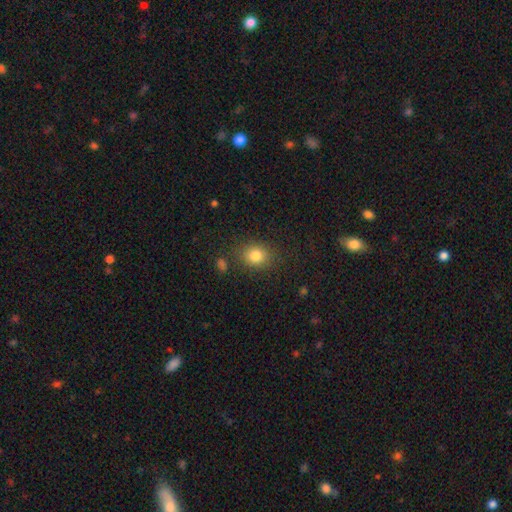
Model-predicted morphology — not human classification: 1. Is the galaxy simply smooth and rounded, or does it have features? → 81% smooth, 11% star or artifact, 8% featured or disk.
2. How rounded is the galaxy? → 55% round, 44% in between, 1% cigar-shaped.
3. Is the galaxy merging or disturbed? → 81% none, 12% minor disturbance, 4% major disturbance, 3% merger.